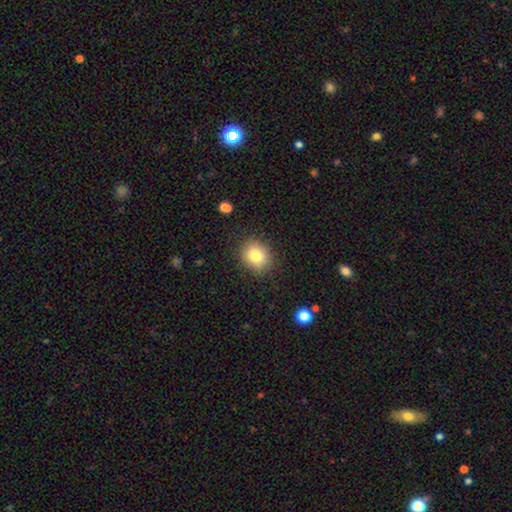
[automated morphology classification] Smooth or featured: smooth — 81% (star or artifact — 10%)
How rounded: round — 70% (in between — 29%)
Merging: none — 87% (minor disturbance — 9%)